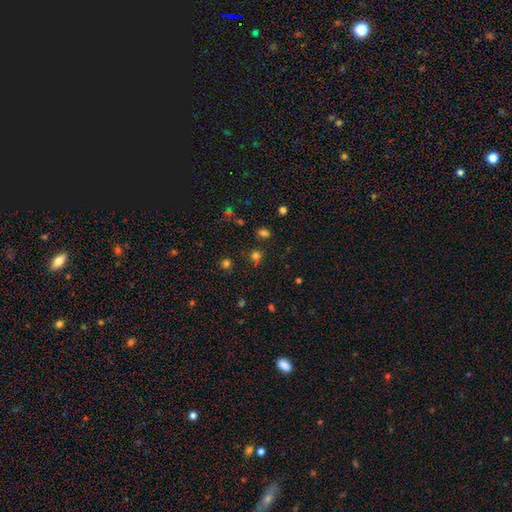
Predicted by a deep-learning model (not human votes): Smooth or featured?
  - smooth: 59% *
  - star or artifact: 34%
  - featured or disk: 7%
How rounded?
  - round: 82% *
  - in between: 17%
  - cigar-shaped: 1%
Merging?
  - none: 73% *
  - merger: 12%
  - minor disturbance: 11%
  - major disturbance: 5%